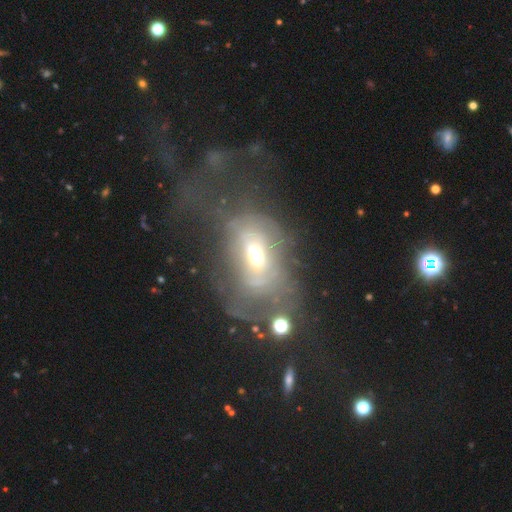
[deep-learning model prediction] Smooth or featured?
  - featured or disk: 55% *
  - smooth: 31%
  - star or artifact: 14%
Edge-on disk?
  - no: 92% *
  - yes: 8%
Bar?
  - no: 70% *
  - weak: 22%
  - strong: 8%
Spiral arms?
  - no: 73% *
  - yes: 27%
Bulge size?
  - moderate: 62% *
  - small: 25%
  - large: 9%
  - dominant: 2%
  - none: 2%
Merging?
  - major disturbance: 60% *
  - none: 18%
  - minor disturbance: 13%
  - merger: 8%